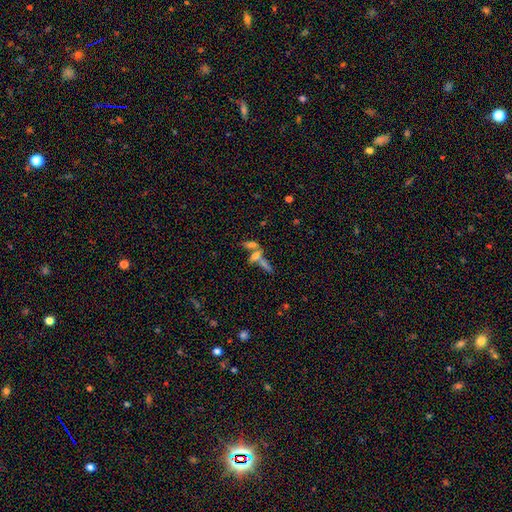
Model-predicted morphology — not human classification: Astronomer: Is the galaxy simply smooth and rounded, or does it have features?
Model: smooth — 45% (runner-up: featured or disk, 39%).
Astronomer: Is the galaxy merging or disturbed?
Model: merger — 48% (runner-up: none, 36%).